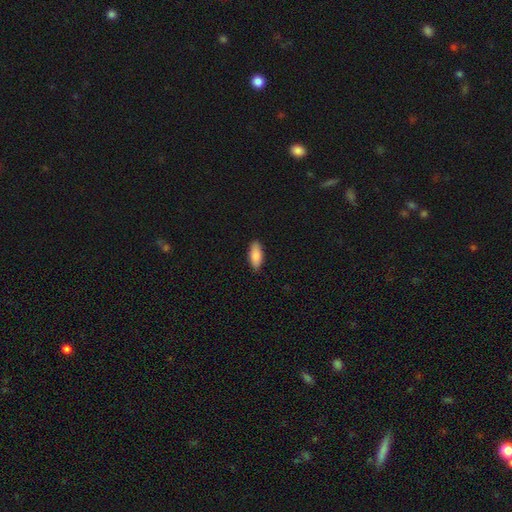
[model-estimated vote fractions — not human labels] A smooth galaxy with no disk features (86%) that is in between round and cigar-shaped (84%).

Vote fractions:
- Smooth or featured? smooth: 86% / featured or disk: 8% / star or artifact: 6%
- How rounded? in between: 84% / cigar-shaped: 14% / round: 2%
- Merging? none: 87% / minor disturbance: 10% / major disturbance: 2% / merger: 1%